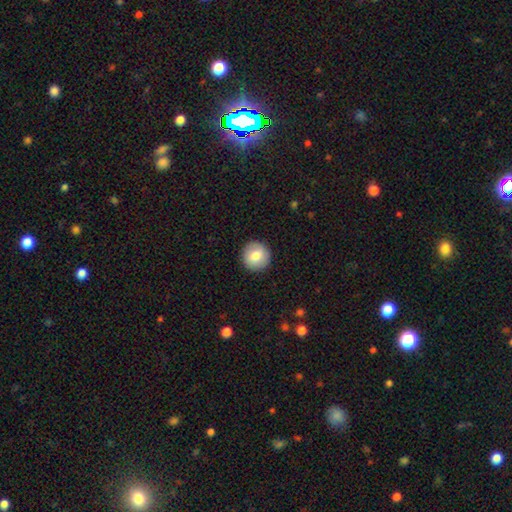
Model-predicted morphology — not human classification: smooth-or-featured: smooth: 81% | featured or disk: 12% | star or artifact: 7%
  how-rounded: round: 95% | in between: 4% | cigar-shaped: 1%
  merging: none: 92% | minor disturbance: 5% | major disturbance: 2% | merger: 1%